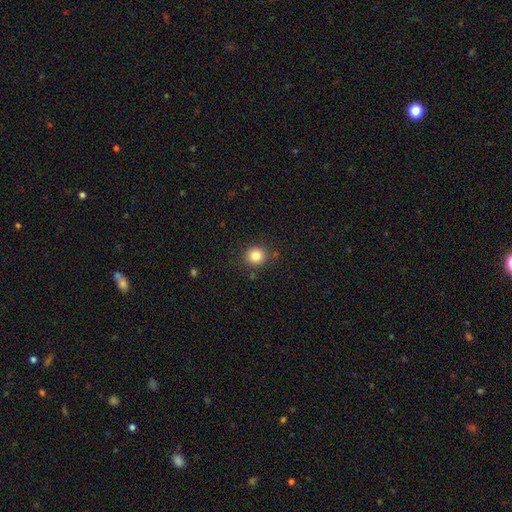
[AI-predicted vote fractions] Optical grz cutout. It shows a smooth galaxy with no disk features (83%) that is round (87%). Merging: none (85%).